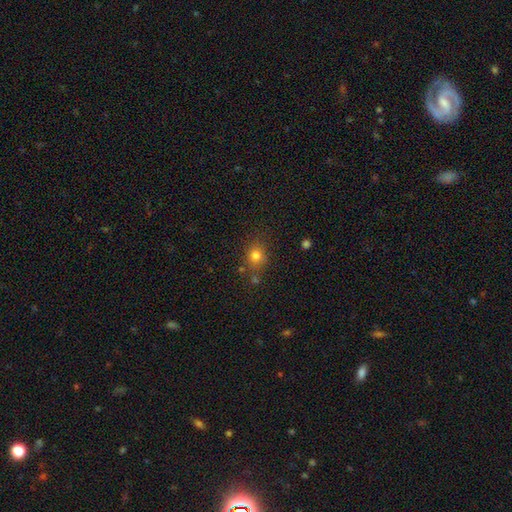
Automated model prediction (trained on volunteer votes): smooth 79%, star or artifact 13%, featured or disk 7%. Down the decision tree: how rounded — round (75%); merging — none (74%).